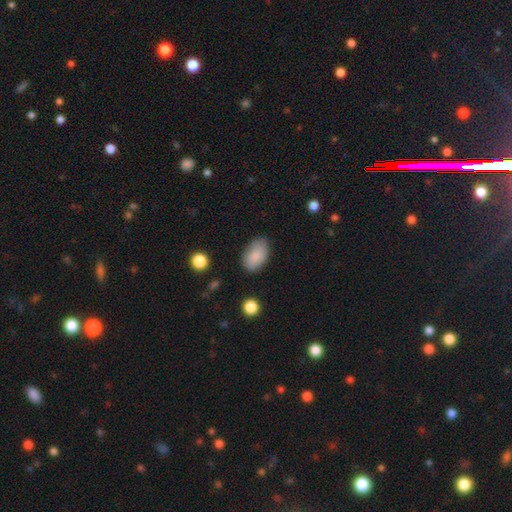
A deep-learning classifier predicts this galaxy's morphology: A smooth galaxy with no disk features (86%) that is in between round and cigar-shaped (93%).

Vote fractions:
- Smooth or featured? smooth: 86% / star or artifact: 7% / featured or disk: 7%
- How rounded? in between: 93% / round: 6% / cigar-shaped: 1%
- Merging? none: 79% / minor disturbance: 16% / major disturbance: 4% / merger: 2%